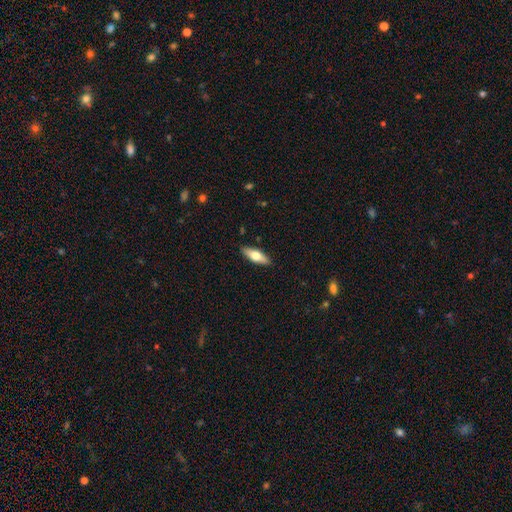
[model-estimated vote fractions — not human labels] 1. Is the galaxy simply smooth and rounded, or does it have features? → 58% smooth, 36% featured or disk, 6% star or artifact.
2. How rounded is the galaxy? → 58% in between, 40% cigar-shaped, 3% round.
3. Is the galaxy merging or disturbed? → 89% none, 8% minor disturbance, 2% major disturbance, 1% merger.